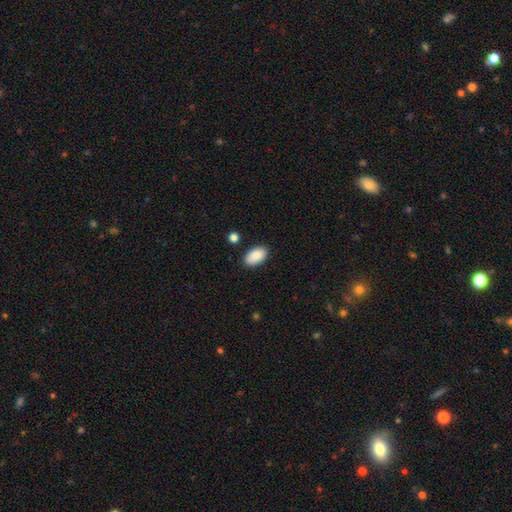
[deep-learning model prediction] This appears to be a smooth galaxy with no disk features (90%) that is in between round and cigar-shaped (94%). Merging: none (86%).